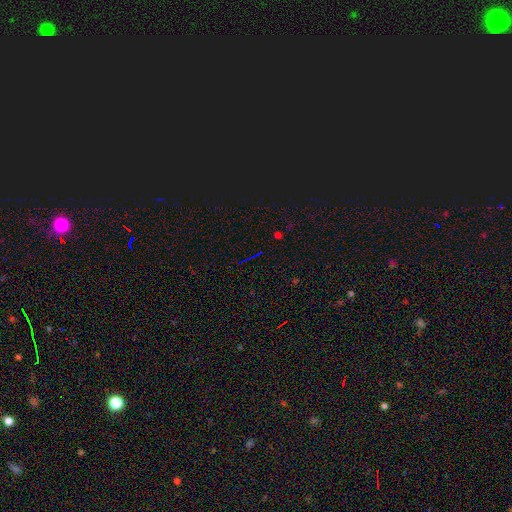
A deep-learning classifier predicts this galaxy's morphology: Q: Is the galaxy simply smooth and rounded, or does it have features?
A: star or artifact — 73%.